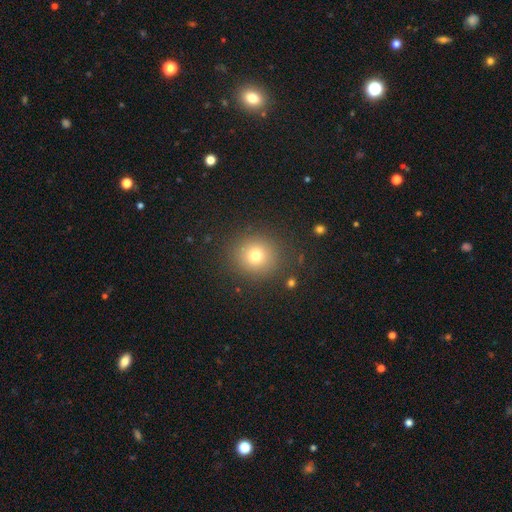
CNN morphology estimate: Smooth or featured: smooth — 74% (star or artifact — 16%)
How rounded: round — 90% (in between — 9%)
Merging: none — 87% (minor disturbance — 7%)